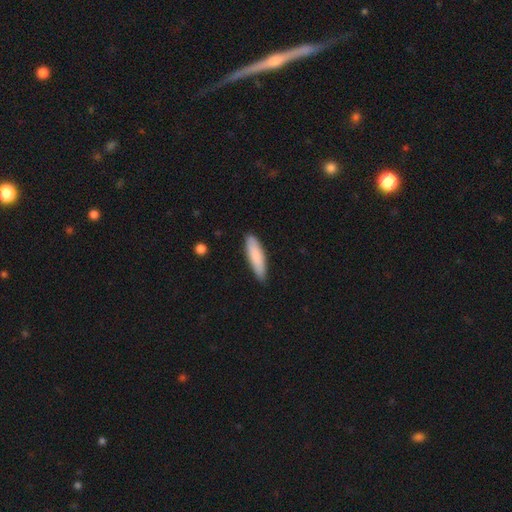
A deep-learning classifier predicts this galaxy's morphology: type=smooth (84%); roundness=cigar-shaped (68%); merging=none (85%).